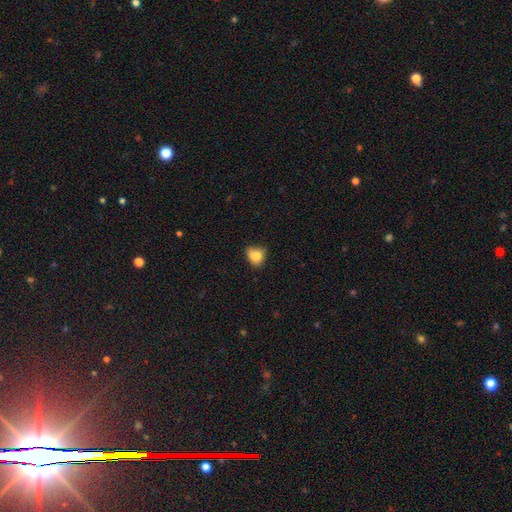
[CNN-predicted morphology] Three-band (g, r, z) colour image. It shows a smooth galaxy with no disk features (78%) that is in between round and cigar-shaped (56%). Merging: none (43%).